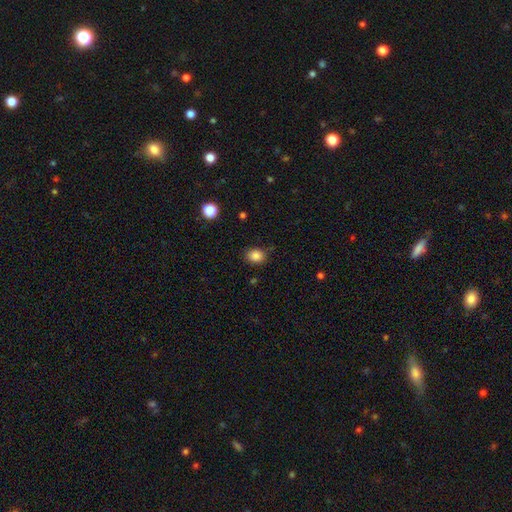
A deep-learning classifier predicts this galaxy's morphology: smooth 85%, star or artifact 11%, featured or disk 4%. Down the decision tree: how rounded — round (59%); merging — none (82%).